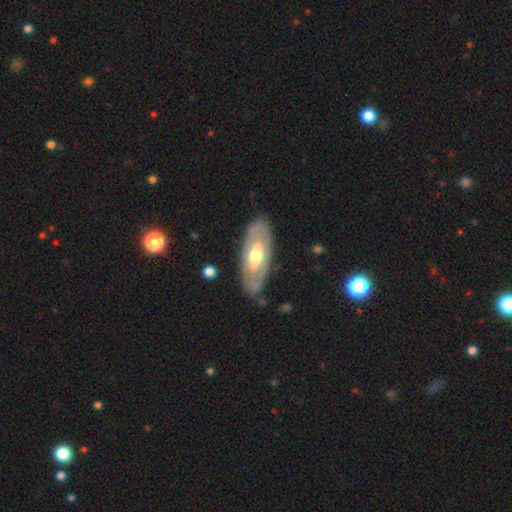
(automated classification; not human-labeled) Smooth or featured?
  - featured or disk: 56% *
  - smooth: 39%
  - star or artifact: 5%
Edge-on disk?
  - no: 81% *
  - yes: 19%
Merging?
  - none: 78% *
  - minor disturbance: 15%
  - major disturbance: 5%
  - merger: 2%